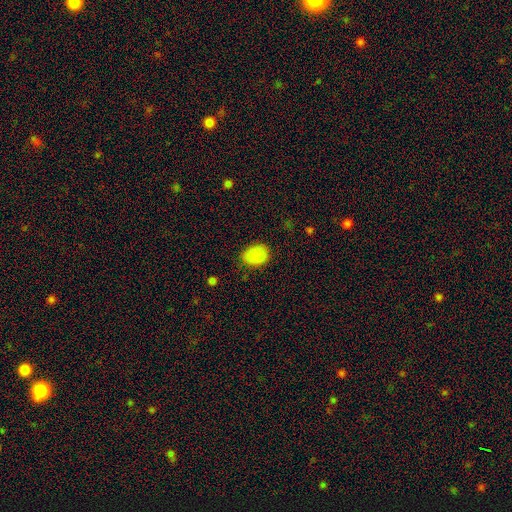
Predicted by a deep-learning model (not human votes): smooth 86%, star or artifact 10%, featured or disk 5%. Down the decision tree: how rounded — in between (70%); merging — none (74%).